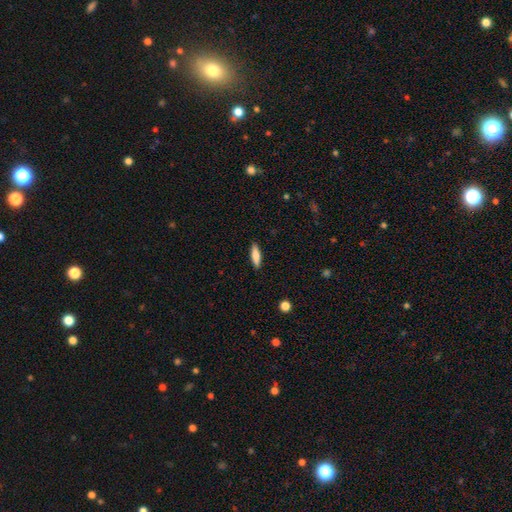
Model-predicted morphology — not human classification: type=smooth (79%); roundness=cigar-shaped (63%); merging=none (89%).